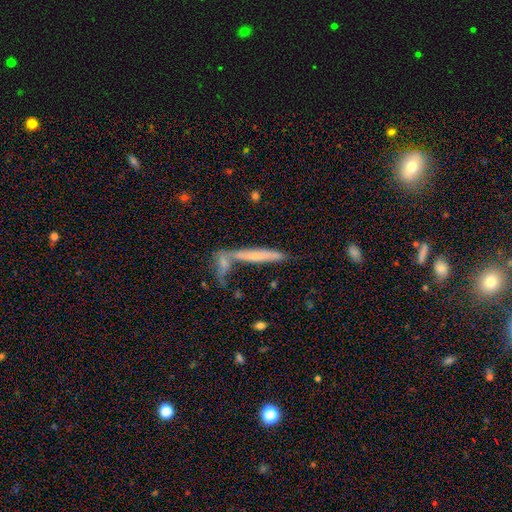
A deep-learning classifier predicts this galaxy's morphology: smooth_or_featured: smooth (p=0.52) [alt: featured or disk p=0.39]
how_rounded: cigar-shaped (p=0.91) [alt: in between p=0.07]
merging: none (p=0.62) [alt: merger p=0.24]